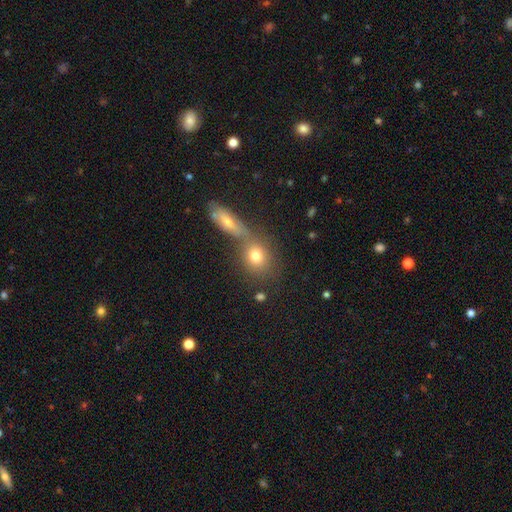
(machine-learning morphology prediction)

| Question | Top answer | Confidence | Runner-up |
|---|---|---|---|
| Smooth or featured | smooth | 75% | featured or disk (13%) |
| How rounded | round | 66% | in between (30%) |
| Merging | none | 52% | merger (35%) |